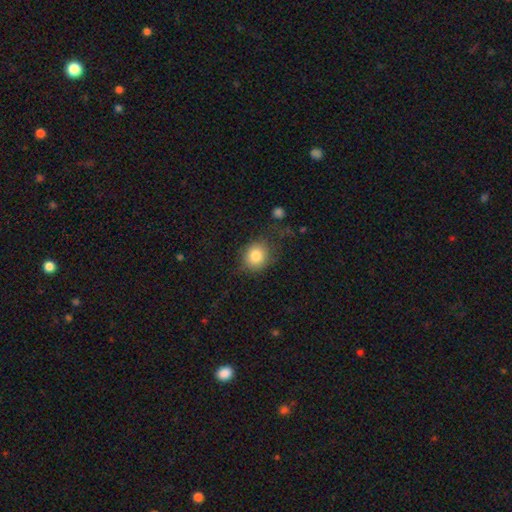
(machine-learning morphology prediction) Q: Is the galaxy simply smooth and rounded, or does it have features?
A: smooth — 82%.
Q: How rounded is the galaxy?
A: round — 77%.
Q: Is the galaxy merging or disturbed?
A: none — 68%.